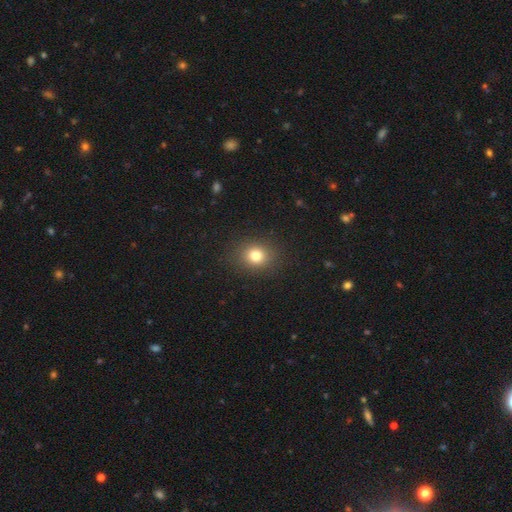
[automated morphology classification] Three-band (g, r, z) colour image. It shows a smooth galaxy with no disk features (79%) that is round (70%). Merging: none (88%).